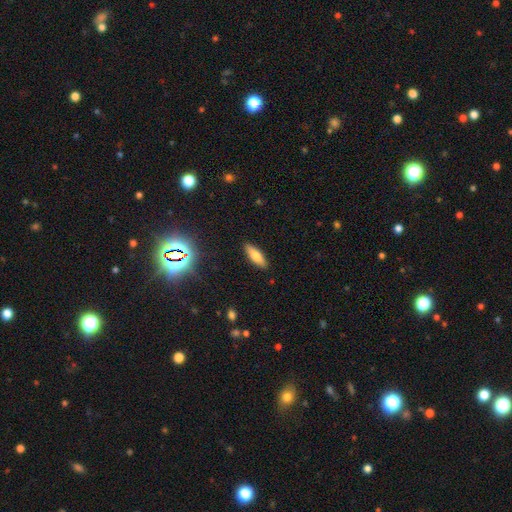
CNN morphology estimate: Smooth or featured? Predicted: smooth (p=0.72). How rounded? Predicted: in between (p=0.59). Merging? Predicted: none (p=0.88).